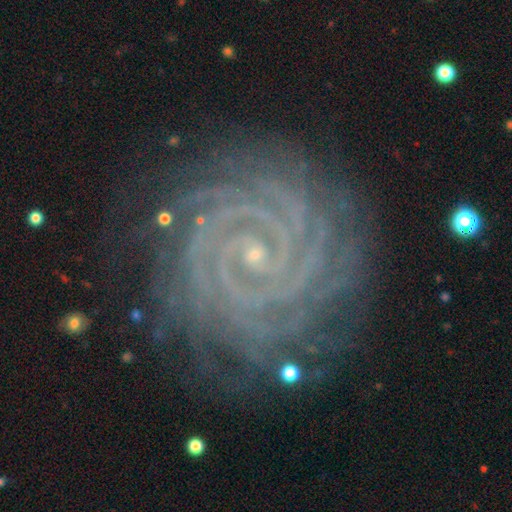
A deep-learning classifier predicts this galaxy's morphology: A featured or disk galaxy (91%) with no bar (53%), 2 (30%) tight (90%) spiral arms (99%) and a small central bulge (87%). Merging: none (84%).